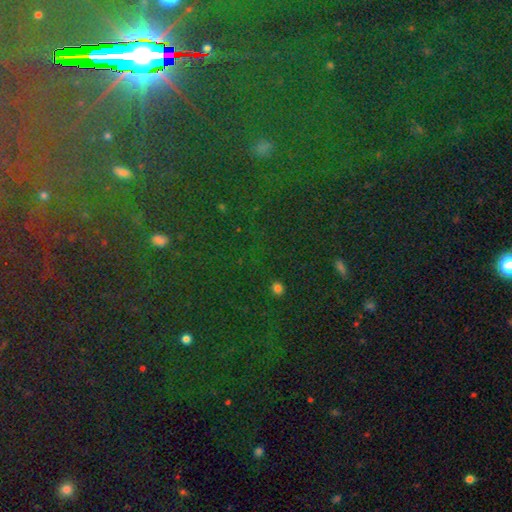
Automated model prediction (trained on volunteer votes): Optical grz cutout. It shows a star or artifact, not a galaxy (79%).